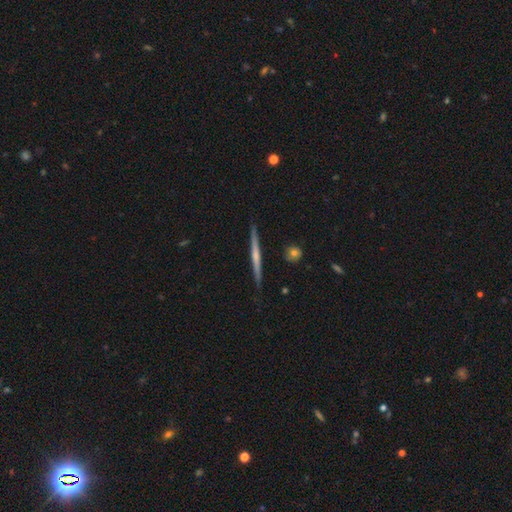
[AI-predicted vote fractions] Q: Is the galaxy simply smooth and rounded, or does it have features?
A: featured or disk — 62%.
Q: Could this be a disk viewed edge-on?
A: yes — 97%.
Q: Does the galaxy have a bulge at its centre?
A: none — 56%.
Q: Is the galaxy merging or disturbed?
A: none — 89%.